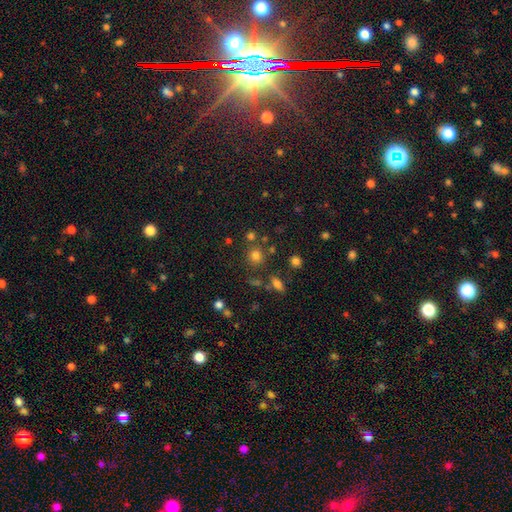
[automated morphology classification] Smooth or featured?
  - smooth: 76% *
  - star or artifact: 17%
  - featured or disk: 7%
How rounded?
  - round: 85% *
  - in between: 14%
  - cigar-shaped: 1%
Merging?
  - none: 75% *
  - merger: 11%
  - minor disturbance: 10%
  - major disturbance: 4%